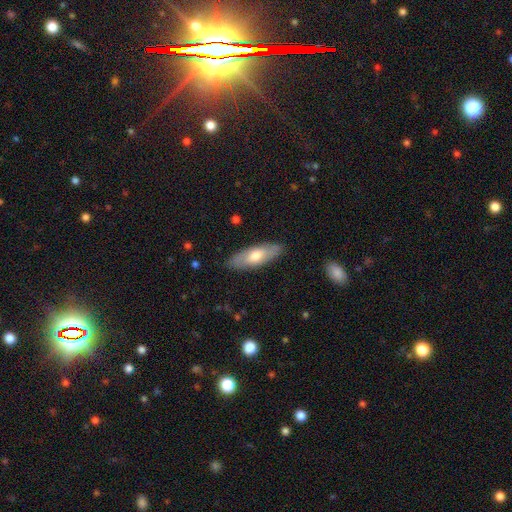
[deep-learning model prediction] Overall: smooth (61%; featured or disk 34%). How rounded: in between (63%; cigar-shaped 35%). Merging: none (86%).